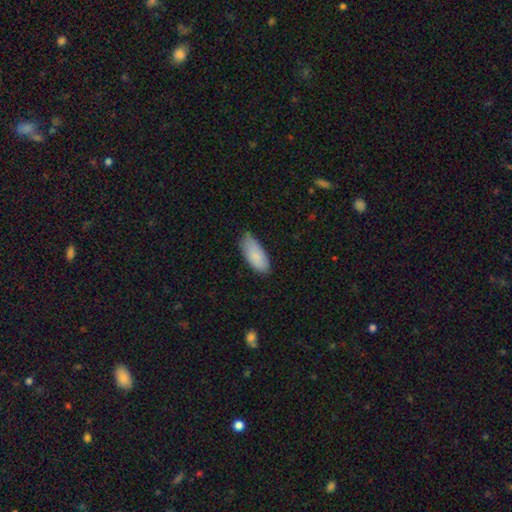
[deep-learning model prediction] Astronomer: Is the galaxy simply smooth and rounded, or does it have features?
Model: smooth — 86%.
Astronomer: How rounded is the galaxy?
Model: in between — 86%.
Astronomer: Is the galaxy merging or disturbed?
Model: none — 73%.